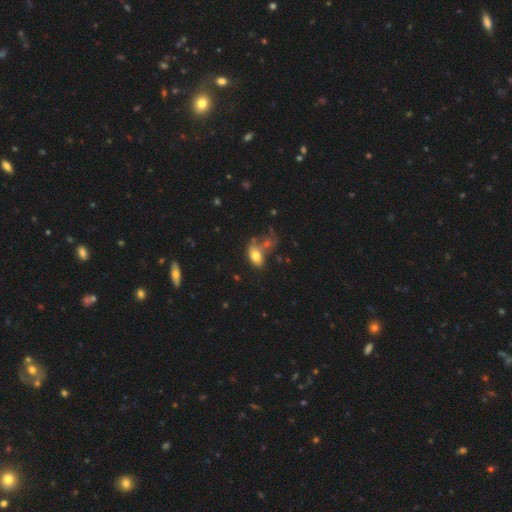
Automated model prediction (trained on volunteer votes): Smooth or featured: smooth — 75% (featured or disk — 16%)
How rounded: in between — 89% (round — 8%)
Merging: none — 37% (merger — 31%)